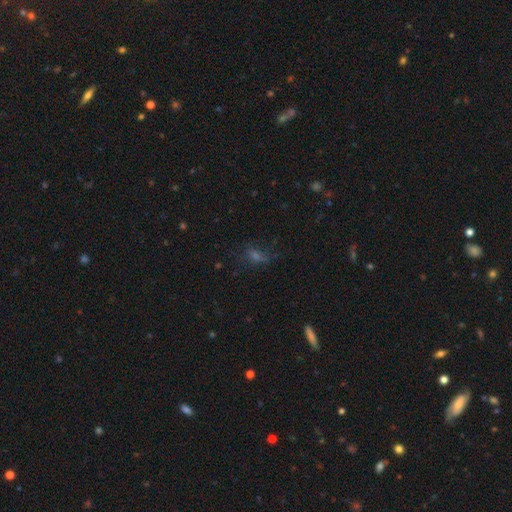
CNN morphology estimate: This appears to be a smooth galaxy with no disk features (39%). Merging: none (59%).